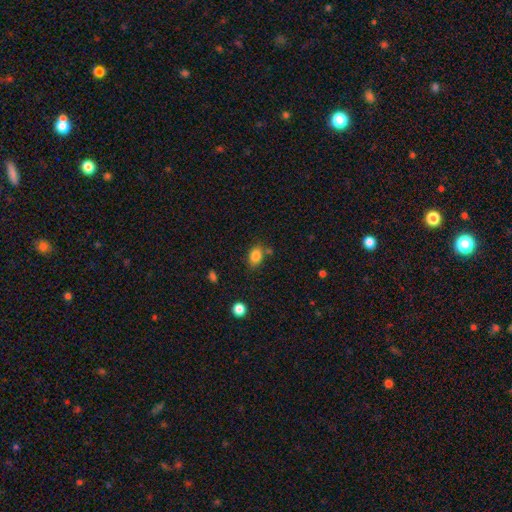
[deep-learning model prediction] Smooth or featured? Predicted: smooth (p=0.83). How rounded? Predicted: in between (p=0.75). Merging? Predicted: none (p=0.72).